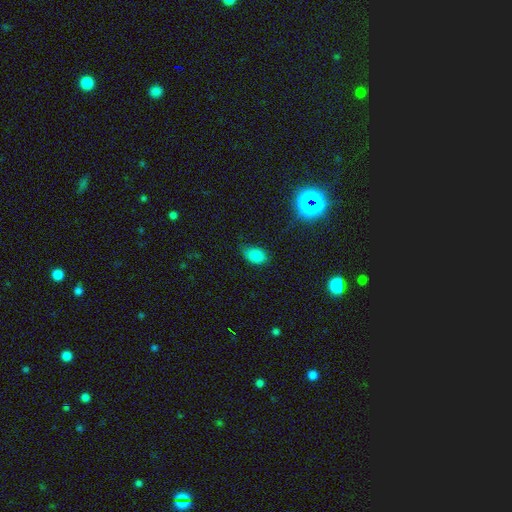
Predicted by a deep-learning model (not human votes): smooth-or-featured: smooth: 80% | star or artifact: 14% | featured or disk: 6%
  how-rounded: in between: 85% | round: 13% | cigar-shaped: 2%
  merging: none: 67% | minor disturbance: 26% | major disturbance: 6% | merger: 2%